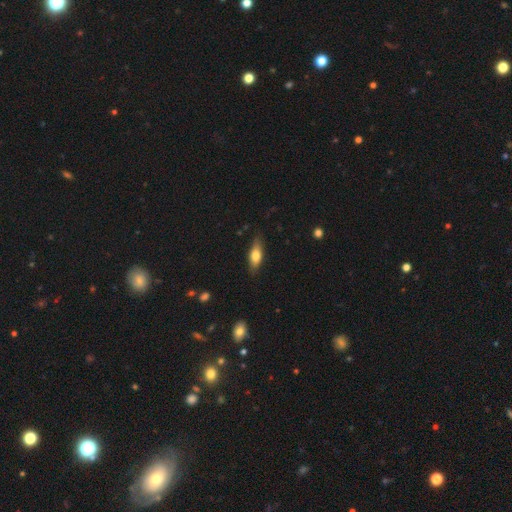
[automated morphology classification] A smooth galaxy with no disk features (68%) that is in between round and cigar-shaped (63%).

Vote fractions:
- Smooth or featured? smooth: 68% / featured or disk: 26% / star or artifact: 6%
- How rounded? in between: 63% / cigar-shaped: 34% / round: 3%
- Merging? none: 80% / minor disturbance: 16% / major disturbance: 3% / merger: 1%